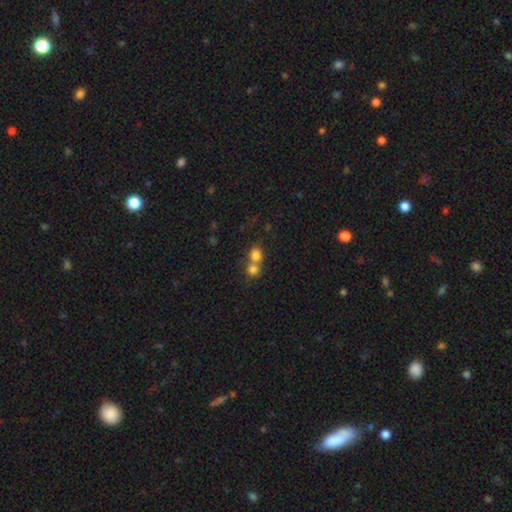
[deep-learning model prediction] Smooth or featured? smooth (79%)
How rounded? round (80%)
Merging? merger (52%)